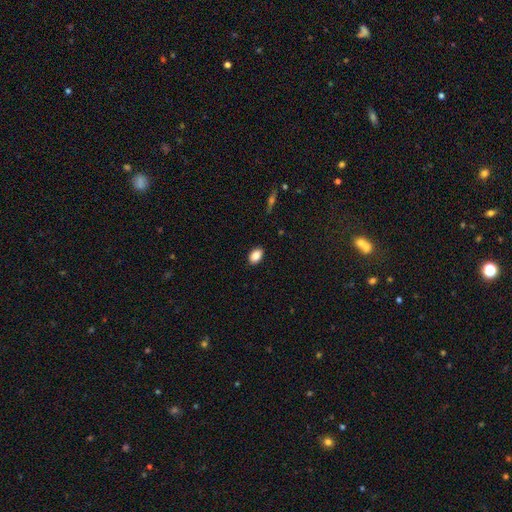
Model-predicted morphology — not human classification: A smooth galaxy with no disk features (86%) that is in between round and cigar-shaped (87%).

Vote fractions:
- Smooth or featured? smooth: 86% / star or artifact: 8% / featured or disk: 6%
- How rounded? in between: 87% / round: 11% / cigar-shaped: 1%
- Merging? none: 89% / minor disturbance: 8% / major disturbance: 2% / merger: 1%